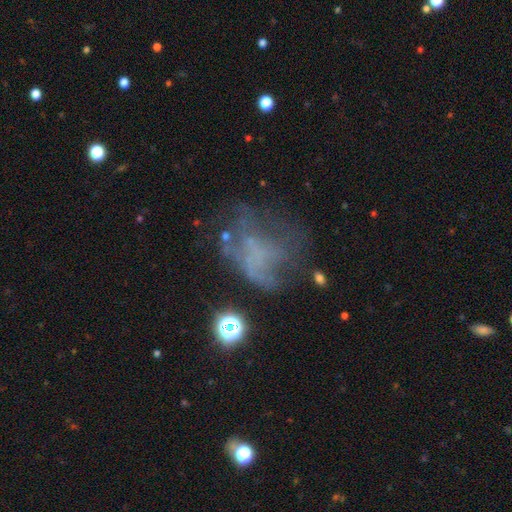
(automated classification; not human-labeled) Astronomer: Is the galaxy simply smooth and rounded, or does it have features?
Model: featured or disk — 50%.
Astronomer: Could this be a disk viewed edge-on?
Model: no — 97%.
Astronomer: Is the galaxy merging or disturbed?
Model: none — 38% (runner-up: major disturbance, 37%).